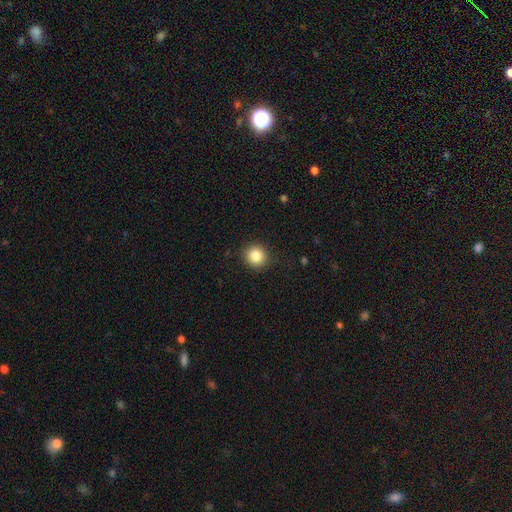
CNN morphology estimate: Smooth or featured? smooth (85%)
How rounded? round (90%)
Merging? none (89%)